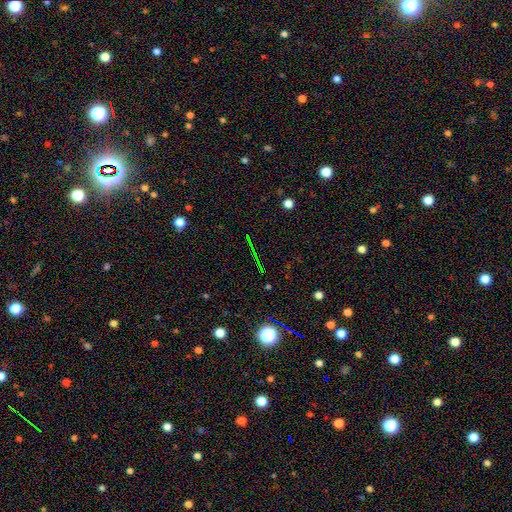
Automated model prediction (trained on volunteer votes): Q: Smooth or featured?
A: star or artifact (71%); runner-up: smooth (16%)